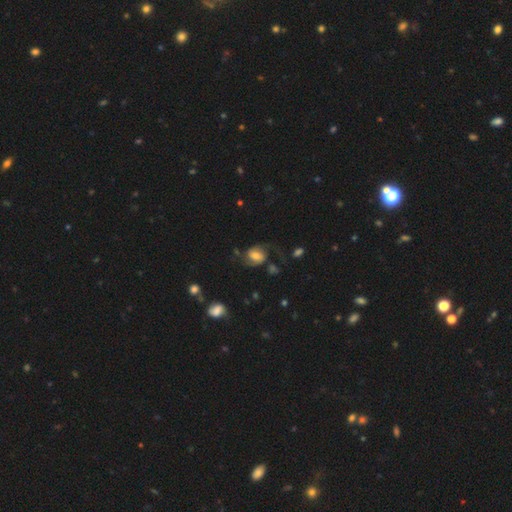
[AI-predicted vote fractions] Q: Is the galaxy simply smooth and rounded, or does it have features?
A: featured or disk — 65%.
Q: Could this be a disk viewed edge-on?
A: no — 97%.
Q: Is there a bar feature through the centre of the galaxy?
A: weak — 45%.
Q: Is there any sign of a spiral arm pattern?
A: yes — 91%.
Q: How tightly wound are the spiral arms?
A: medium — 44%.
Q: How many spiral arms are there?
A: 2 — 87%.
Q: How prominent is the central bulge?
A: moderate — 52%.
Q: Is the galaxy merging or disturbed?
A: none — 57%.